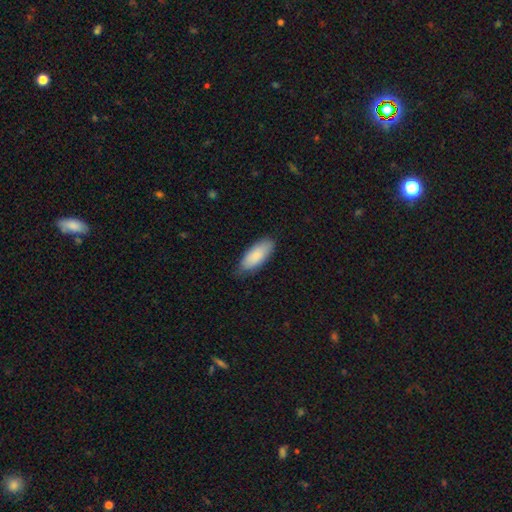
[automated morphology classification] The model was most divided on "merging": none: 79%, minor disturbance: 18%, major disturbance: 3%, merger: 1%. More confident: smooth or featured — smooth (85%); how rounded — in between (82%).